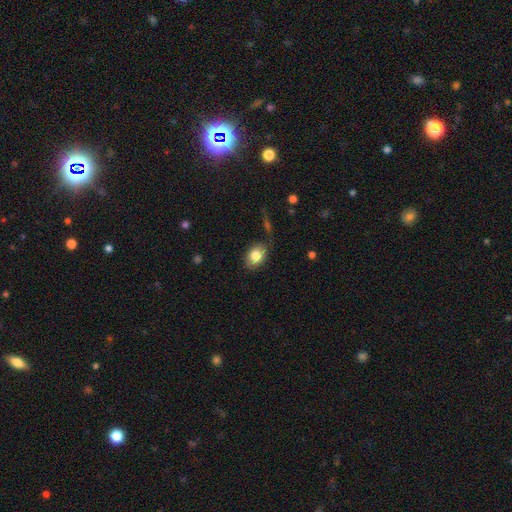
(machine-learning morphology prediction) Overall: smooth (81%). How rounded: in between (73%). Merging: none (73%).